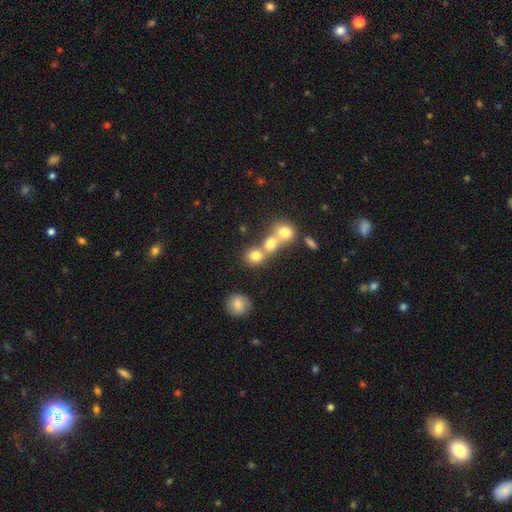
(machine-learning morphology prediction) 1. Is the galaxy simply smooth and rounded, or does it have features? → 76% smooth, 13% star or artifact, 11% featured or disk.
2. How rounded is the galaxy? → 79% round, 20% in between, 1% cigar-shaped.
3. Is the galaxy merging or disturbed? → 48% merger, 42% none, 6% minor disturbance, 3% major disturbance.